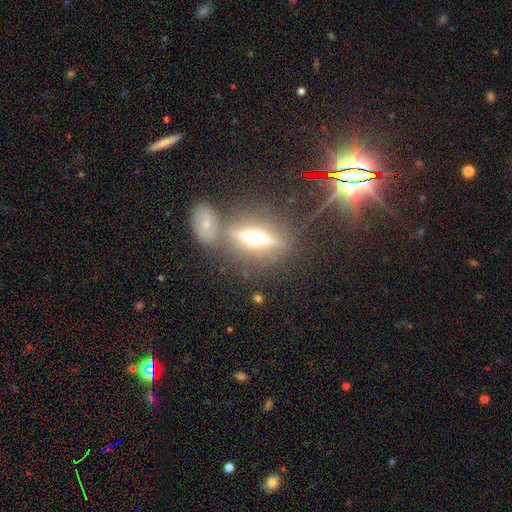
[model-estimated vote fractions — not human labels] smooth-or-featured: featured or disk: 48% | star or artifact: 28% | smooth: 24%
  merging: none: 55% | merger: 29% | minor disturbance: 10% | major disturbance: 6%